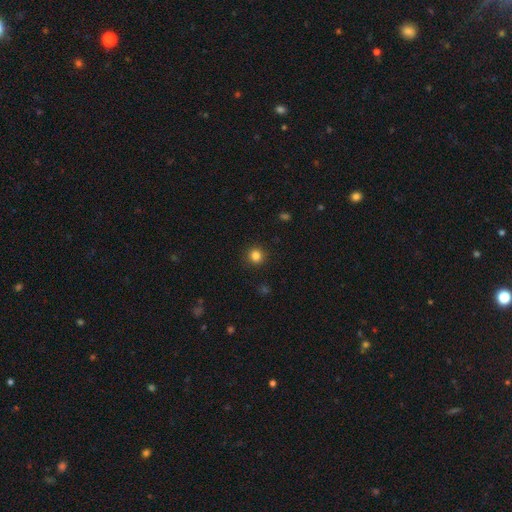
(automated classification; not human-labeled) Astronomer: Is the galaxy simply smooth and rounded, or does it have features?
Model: smooth — 83%.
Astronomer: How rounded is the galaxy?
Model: round — 94%.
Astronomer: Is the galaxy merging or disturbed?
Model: none — 92%.